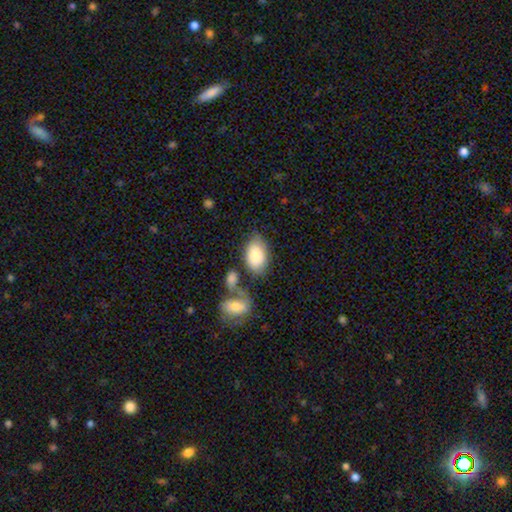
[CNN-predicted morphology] smooth 84%, featured or disk 10%, star or artifact 6%. Down the decision tree: how rounded — in between (92%); merging — none (54%).